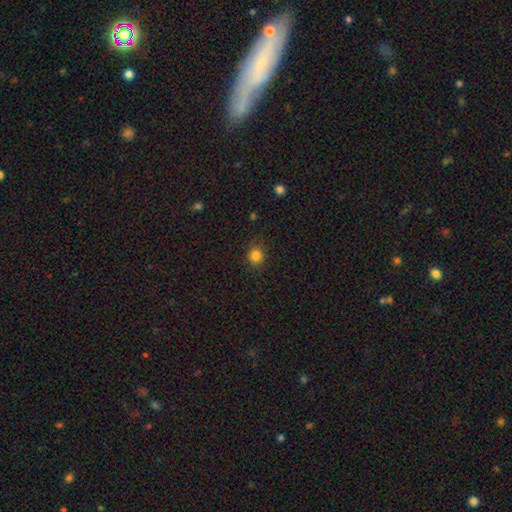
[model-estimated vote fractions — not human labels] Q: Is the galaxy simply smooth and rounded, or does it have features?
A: smooth — 83%.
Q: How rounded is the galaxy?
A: round — 81%.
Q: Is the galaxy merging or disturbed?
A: none — 86%.